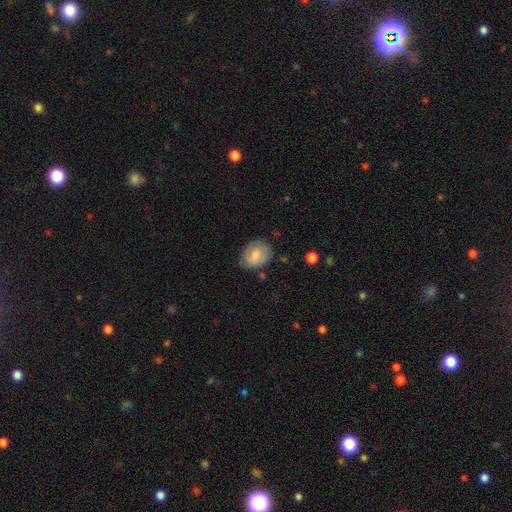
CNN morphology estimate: smooth-or-featured: smooth: 72% | featured or disk: 21% | star or artifact: 7%
  how-rounded: in between: 55% | round: 44% | cigar-shaped: 1%
  merging: none: 70% | minor disturbance: 23% | major disturbance: 5% | merger: 2%